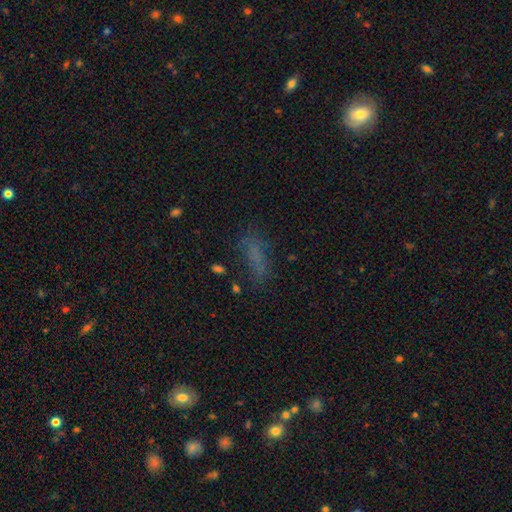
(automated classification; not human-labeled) Q: Smooth or featured?
A: smooth (59%); runner-up: star or artifact (23%)
Q: How rounded?
A: in between (57%); runner-up: cigar-shaped (38%)
Q: Merging?
A: none (58%); runner-up: minor disturbance (22%)